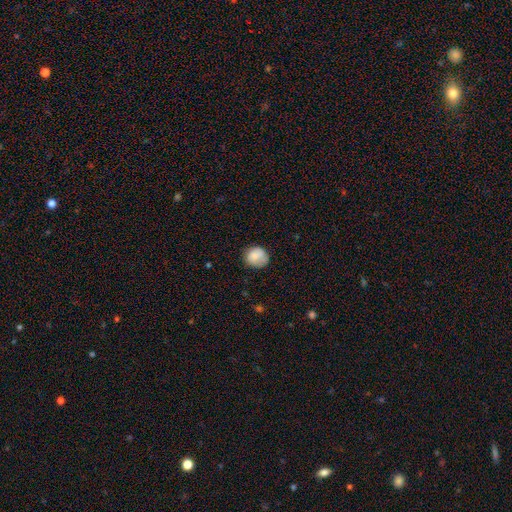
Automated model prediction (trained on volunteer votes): This is clearly a smooth galaxy (80%). How rounded: likely round (79%). Merging: likely none (69%).